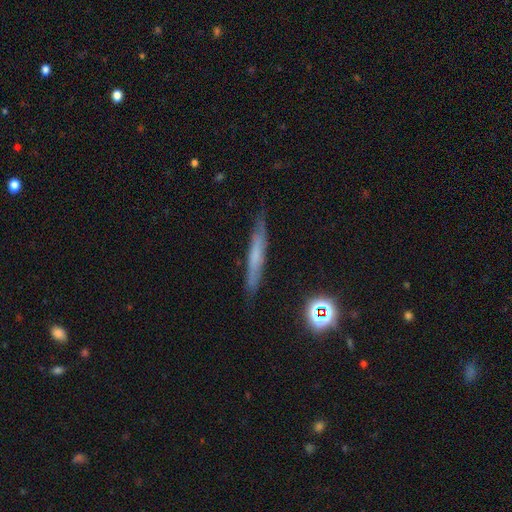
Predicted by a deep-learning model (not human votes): This is possibly a smooth galaxy (49%). Merging: clearly none (83%).